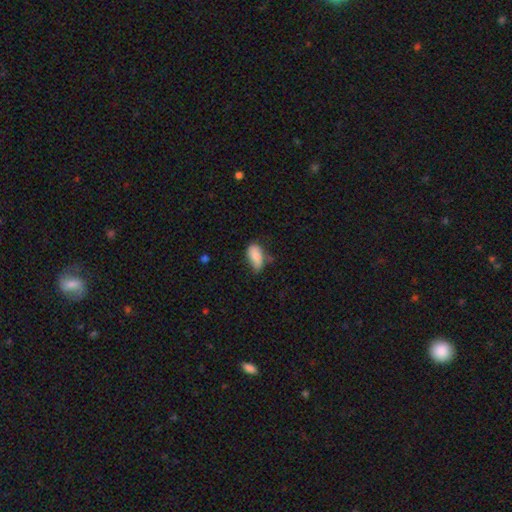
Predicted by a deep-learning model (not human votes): The model was most divided on "merging": none: 44%, minor disturbance: 38%, major disturbance: 11%, merger: 6%. More confident: how rounded — in between (92%); smooth or featured — smooth (81%).